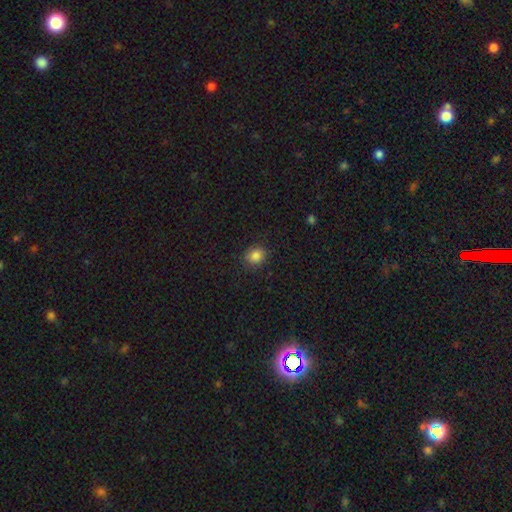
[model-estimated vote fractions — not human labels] smooth 85%, star or artifact 11%, featured or disk 4%. Down the decision tree: how rounded — round (71%); merging — none (85%).